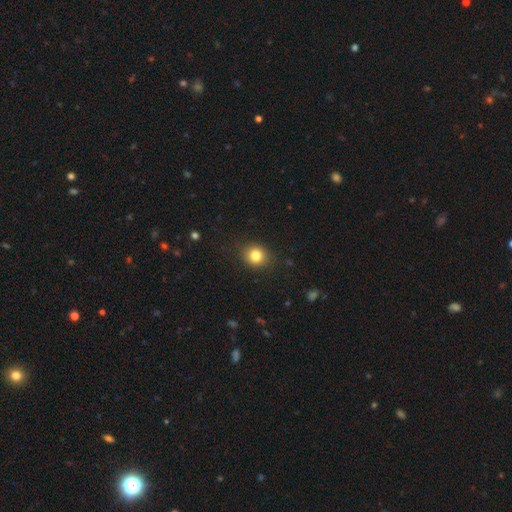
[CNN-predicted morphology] This appears to be a smooth galaxy with no disk features (82%) that is round (79%). Merging: none (87%).